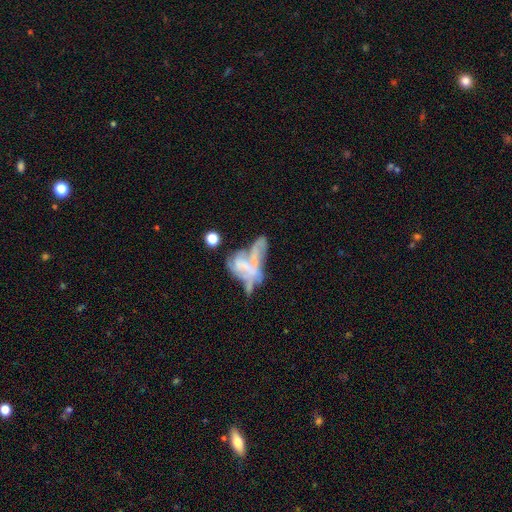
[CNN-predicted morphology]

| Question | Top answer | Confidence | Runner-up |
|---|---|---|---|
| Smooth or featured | featured or disk | 57% | smooth (26%) |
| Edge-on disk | no | 85% | yes (15%) |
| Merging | merger | 40% | major disturbance (33%) |